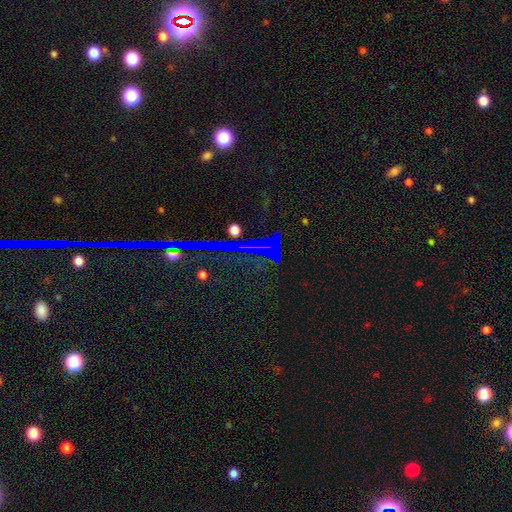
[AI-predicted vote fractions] Overall: star or artifact (75%).